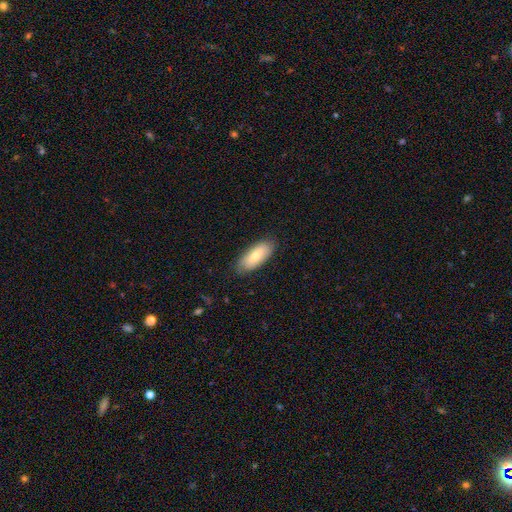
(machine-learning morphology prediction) smooth-or-featured: smooth: 71% | featured or disk: 23% | star or artifact: 6%
  how-rounded: in between: 83% | cigar-shaped: 14% | round: 2%
  merging: none: 82% | minor disturbance: 14% | major disturbance: 3% | merger: 1%